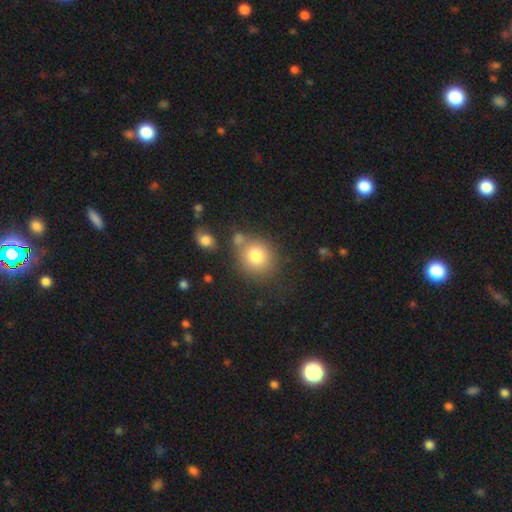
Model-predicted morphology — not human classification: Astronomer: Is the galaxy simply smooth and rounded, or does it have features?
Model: smooth — 79%.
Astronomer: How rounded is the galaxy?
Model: round — 79%.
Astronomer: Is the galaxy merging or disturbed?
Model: none — 63%.